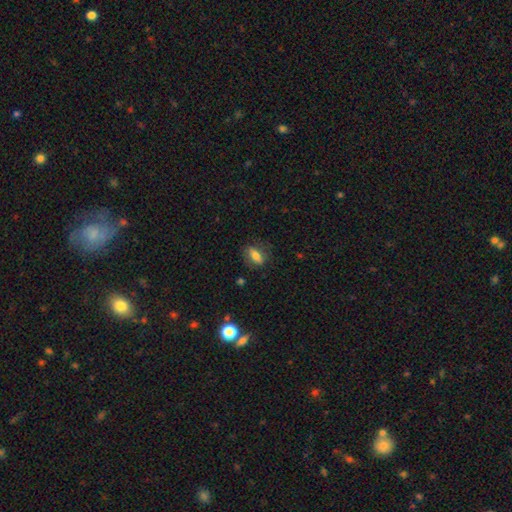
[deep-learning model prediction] smooth_or_featured: smooth (p=0.66) [alt: featured or disk p=0.24]
how_rounded: in between (p=0.73) [alt: cigar-shaped p=0.17]
merging: none (p=0.75) [alt: minor disturbance p=0.17]